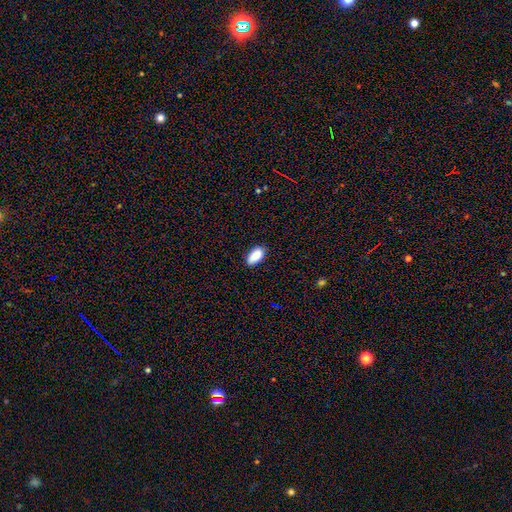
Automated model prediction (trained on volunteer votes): This appears to be a smooth galaxy with no disk features (89%) that is in between round and cigar-shaped (92%). Merging: none (85%).